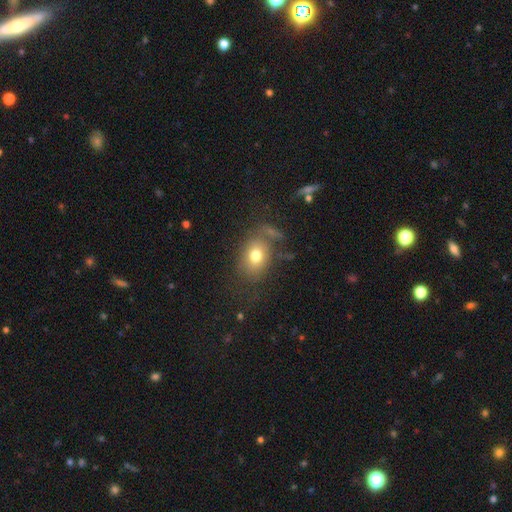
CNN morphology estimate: Smooth or featured: smooth — 74% (featured or disk — 15%)
How rounded: in between — 64% (round — 35%)
Merging: none — 62% (minor disturbance — 19%)